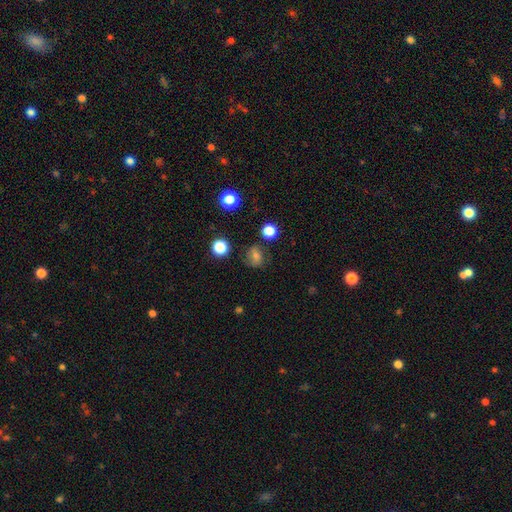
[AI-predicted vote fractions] Smooth or featured? Predicted: smooth (p=0.60). How rounded? Predicted: round (p=0.62). Merging? Predicted: none (p=0.73).